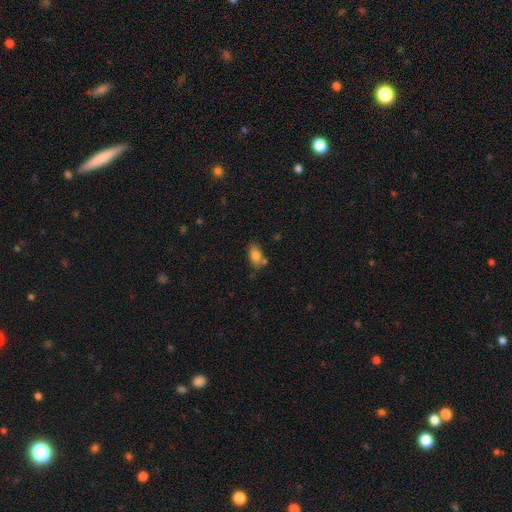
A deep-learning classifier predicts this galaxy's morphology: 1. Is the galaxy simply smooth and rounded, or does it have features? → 81% smooth, 10% featured or disk, 9% star or artifact.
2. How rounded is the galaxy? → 88% in between, 9% round, 3% cigar-shaped.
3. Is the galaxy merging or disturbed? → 66% none, 17% minor disturbance, 12% merger, 4% major disturbance.